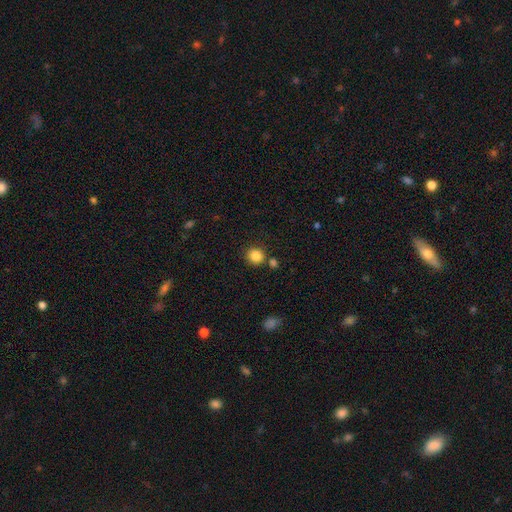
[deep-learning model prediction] smooth_or_featured: smooth (p=0.85) [alt: star or artifact p=0.10]
how_rounded: round (p=0.87) [alt: in between p=0.12]
merging: none (p=0.77) [alt: merger p=0.11]